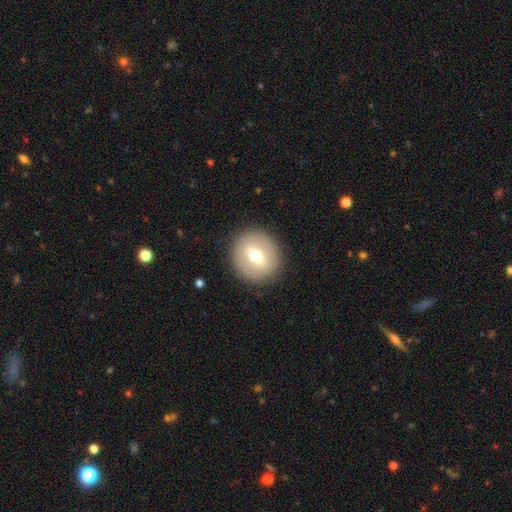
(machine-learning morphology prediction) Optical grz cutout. It shows a smooth galaxy with no disk features (53%) that is round (84%). Merging: none (89%).